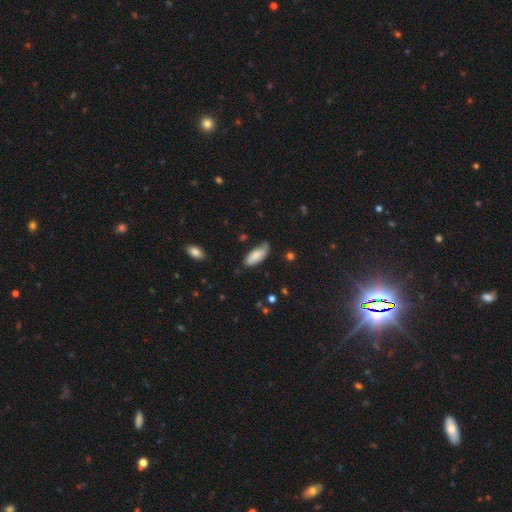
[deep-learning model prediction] This appears to be a smooth galaxy with no disk features (77%) that is in between round and cigar-shaped (81%). Merging: none (61%).